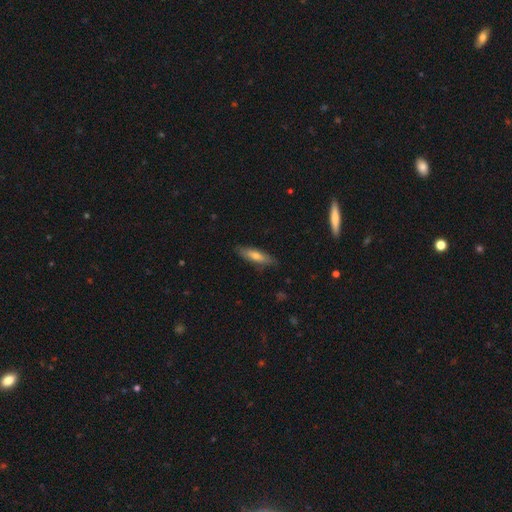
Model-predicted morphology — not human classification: A smooth galaxy with no disk features (61%) that is cigar-shaped (65%).

Vote fractions:
- Smooth or featured? smooth: 61% / featured or disk: 33% / star or artifact: 6%
- How rounded? cigar-shaped: 65% / in between: 33% / round: 2%
- Merging? none: 84% / minor disturbance: 13% / major disturbance: 2% / merger: 1%